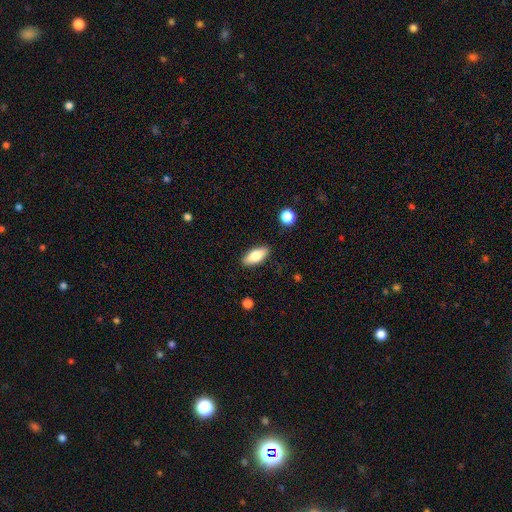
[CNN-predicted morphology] A smooth galaxy with no disk features (76%) that is in between round and cigar-shaped (81%).

Vote fractions:
- Smooth or featured? smooth: 76% / featured or disk: 17% / star or artifact: 7%
- How rounded? in between: 81% / cigar-shaped: 16% / round: 3%
- Merging? none: 87% / minor disturbance: 10% / major disturbance: 2% / merger: 2%